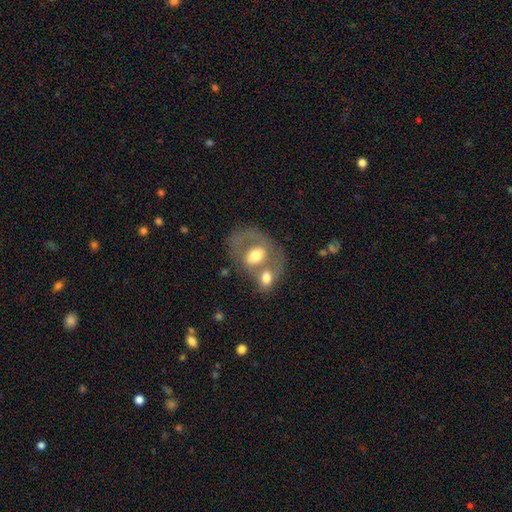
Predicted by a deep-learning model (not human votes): Smooth or featured: featured or disk — 50% (smooth — 42%)
Edge-on disk: no — 94% (yes — 6%)
Merging: merger — 51% (none — 28%)